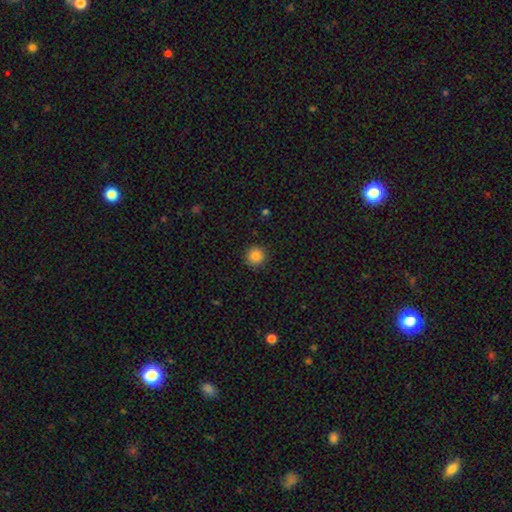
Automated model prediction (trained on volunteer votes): This is clearly a smooth galaxy (85%). How rounded: clearly round (94%). Merging: clearly none (91%).